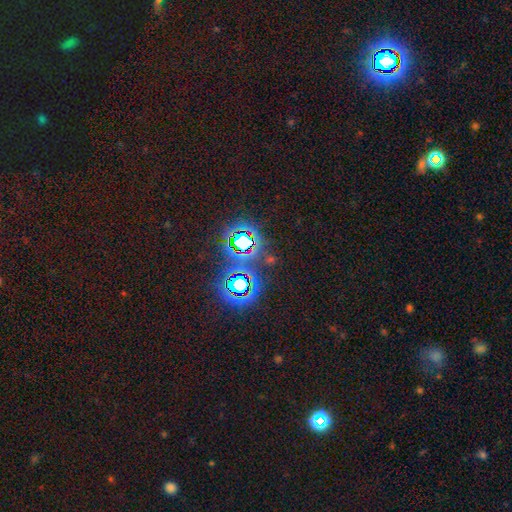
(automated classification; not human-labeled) Overall: star or artifact (70%).